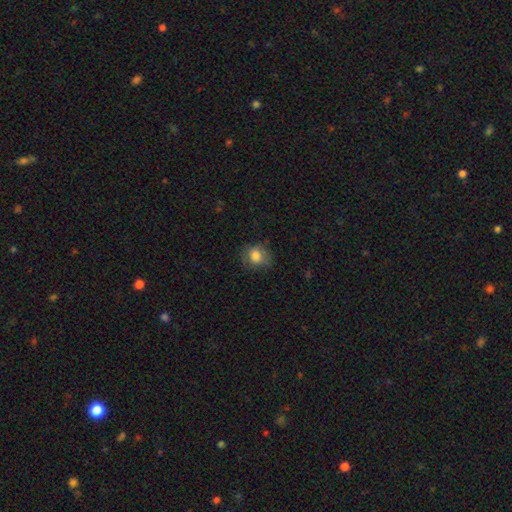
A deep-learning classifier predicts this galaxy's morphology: type=smooth (81%); roundness=round (64%); merging=none (71%).